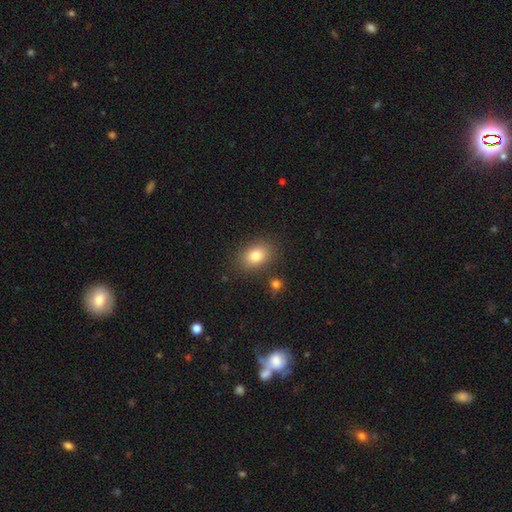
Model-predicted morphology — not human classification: A smooth galaxy with no disk features (82%) that is in between round and cigar-shaped (73%).

Vote fractions:
- Smooth or featured? smooth: 82% / star or artifact: 9% / featured or disk: 9%
- How rounded? in between: 73% / round: 26% / cigar-shaped: 1%
- Merging? none: 83% / minor disturbance: 10% / merger: 4% / major disturbance: 3%